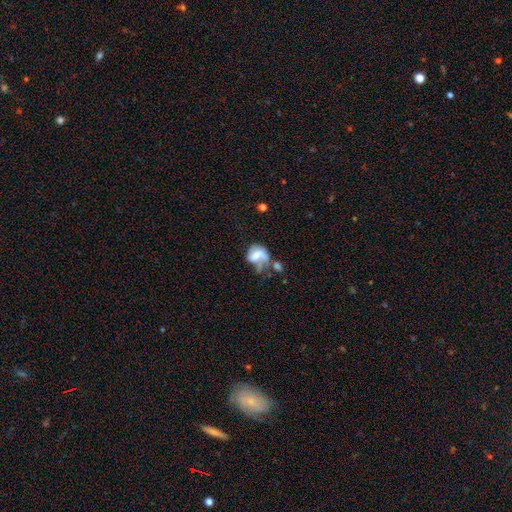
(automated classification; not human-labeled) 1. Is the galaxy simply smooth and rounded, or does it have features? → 55% featured or disk, 35% smooth, 10% star or artifact.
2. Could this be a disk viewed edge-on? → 97% no, 3% yes.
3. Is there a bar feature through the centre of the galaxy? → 41% no, 38% weak, 21% strong.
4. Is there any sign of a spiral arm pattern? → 67% yes, 33% no.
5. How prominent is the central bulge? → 31% moderate, 27% small, 26% none, 12% large, 3% dominant.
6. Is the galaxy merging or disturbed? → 38% major disturbance, 23% none, 21% merger, 18% minor disturbance.